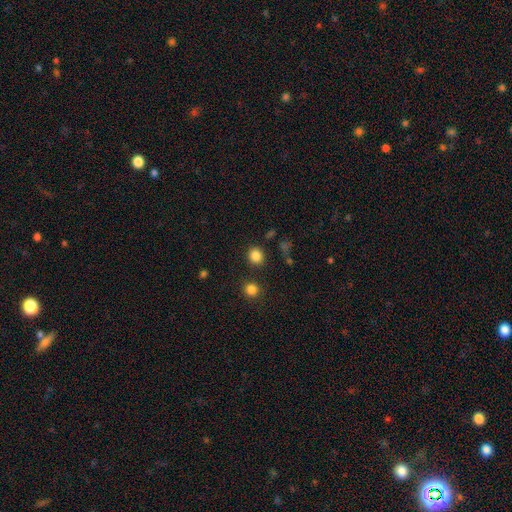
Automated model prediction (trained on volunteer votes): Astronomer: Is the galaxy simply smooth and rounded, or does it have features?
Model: smooth — 84%.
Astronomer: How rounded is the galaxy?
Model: round — 84%.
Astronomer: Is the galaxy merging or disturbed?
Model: none — 86%.